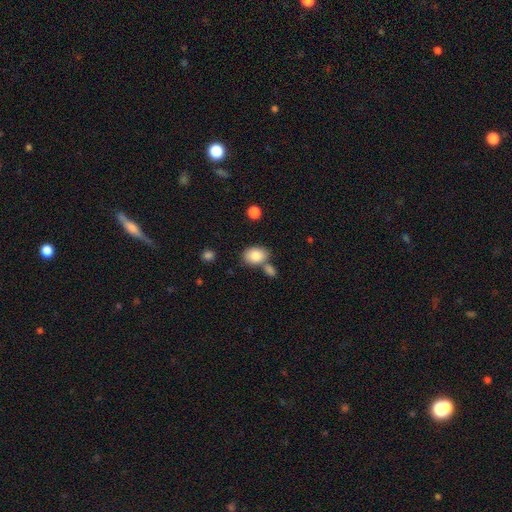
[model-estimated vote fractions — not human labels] Overall: smooth (85%). How rounded: in between (73%). Merging: none (57%; merger 25%).